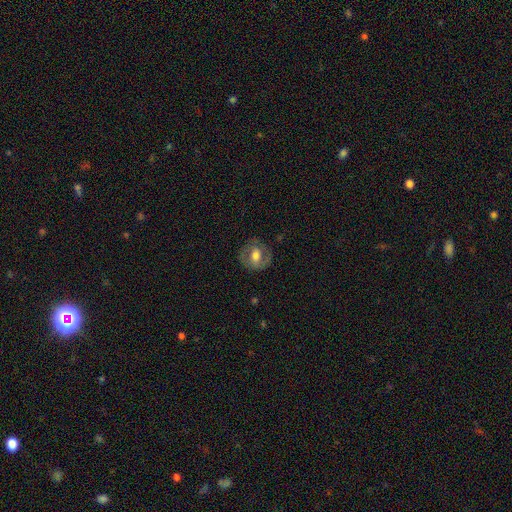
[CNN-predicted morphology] type=featured or disk (47%); merging=none (77%).